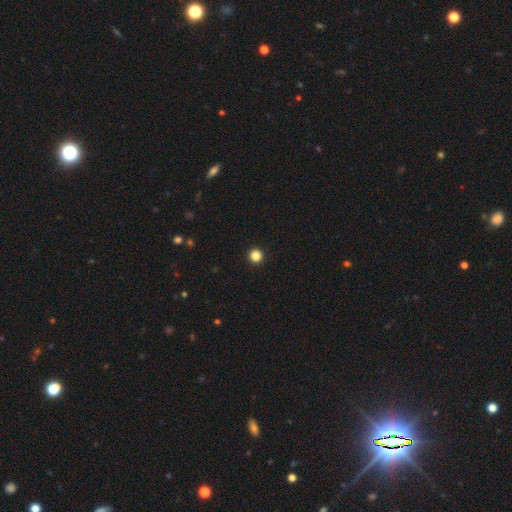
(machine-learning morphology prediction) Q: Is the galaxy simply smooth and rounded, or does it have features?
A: smooth — 86%.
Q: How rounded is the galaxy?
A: round — 96%.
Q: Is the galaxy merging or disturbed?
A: none — 95%.